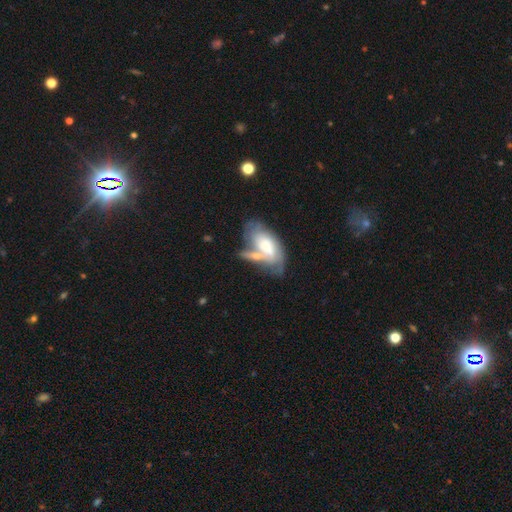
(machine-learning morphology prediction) smooth_or_featured: smooth (p=0.52) [alt: featured or disk p=0.42]
how_rounded: in between (p=0.86) [alt: cigar-shaped p=0.10]
merging: merger (p=0.42) [alt: none p=0.28]